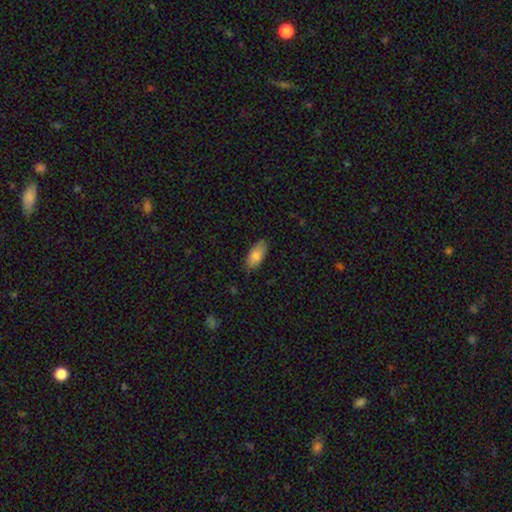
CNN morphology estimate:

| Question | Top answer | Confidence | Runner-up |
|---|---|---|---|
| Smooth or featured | smooth | 81% | featured or disk (12%) |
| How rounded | in between | 91% | cigar-shaped (6%) |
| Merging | none | 82% | minor disturbance (15%) |